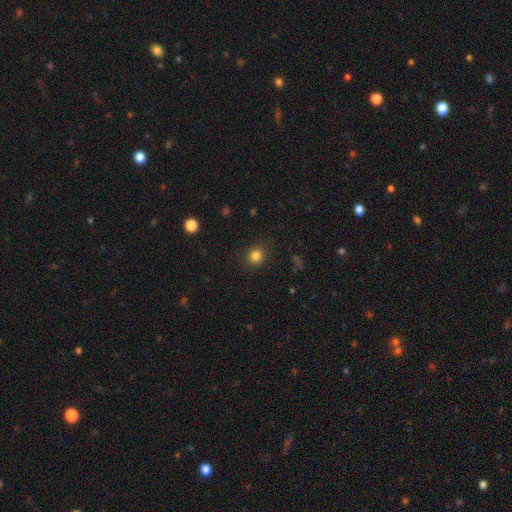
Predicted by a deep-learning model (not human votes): smooth 82%, star or artifact 13%, featured or disk 5%. Down the decision tree: how rounded — round (84%); merging — none (86%).